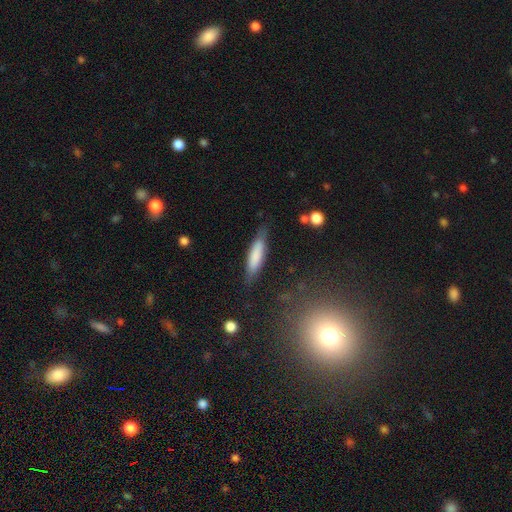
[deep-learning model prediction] Overall: smooth (76%). How rounded: cigar-shaped (73%). Merging: none (79%).